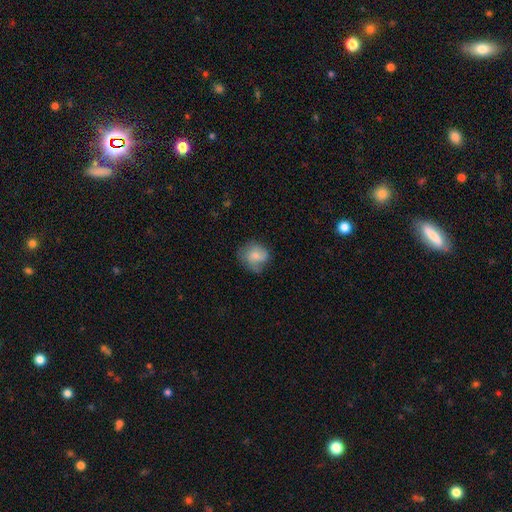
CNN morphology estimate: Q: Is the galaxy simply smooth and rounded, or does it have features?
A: smooth — 68%.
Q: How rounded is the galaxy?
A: round — 66%.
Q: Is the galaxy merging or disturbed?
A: none — 54%.